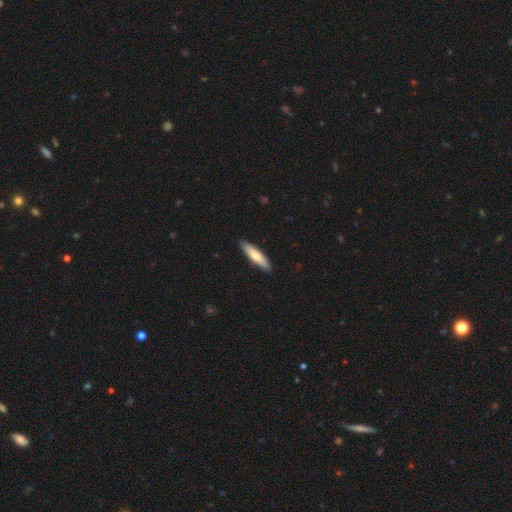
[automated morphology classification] Q: Smooth or featured?
A: smooth (73%); runner-up: featured or disk (22%)
Q: How rounded?
A: cigar-shaped (77%); runner-up: in between (22%)
Q: Merging?
A: none (90%); runner-up: minor disturbance (8%)